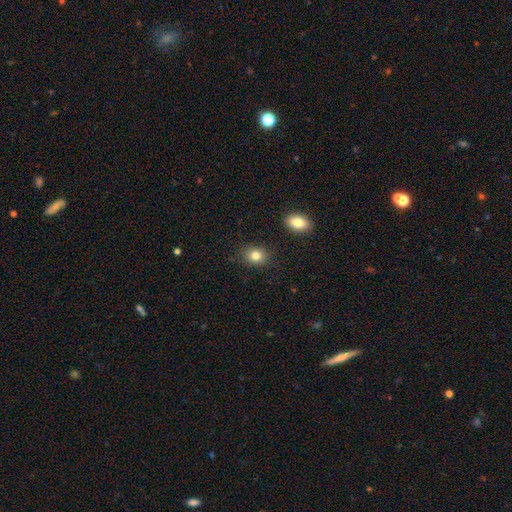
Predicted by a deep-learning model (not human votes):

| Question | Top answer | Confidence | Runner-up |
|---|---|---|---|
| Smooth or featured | smooth | 82% | star or artifact (10%) |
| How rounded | in between | 50% | round (49%) |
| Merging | none | 85% | minor disturbance (10%) |